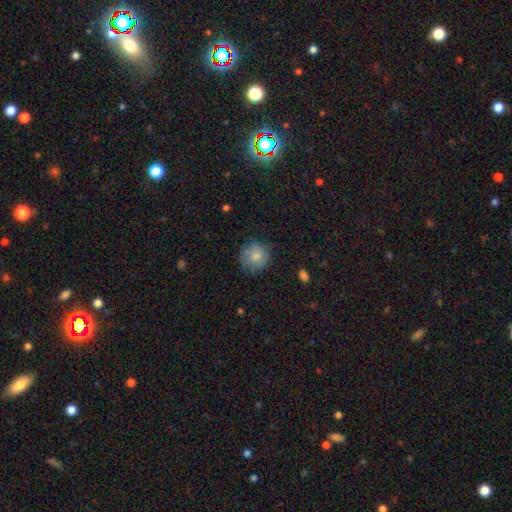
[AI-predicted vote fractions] This is likely a smooth galaxy (75%). How rounded: clearly round (90%). Merging: likely none (76%).